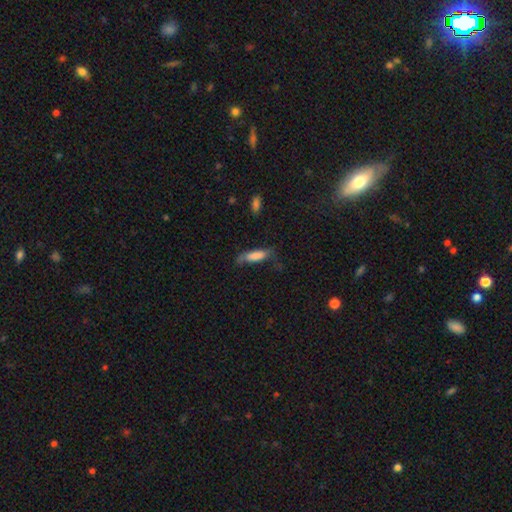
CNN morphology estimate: A smooth galaxy with no disk features (76%) that is cigar-shaped (51%).

Vote fractions:
- Smooth or featured? smooth: 76% / featured or disk: 17% / star or artifact: 7%
- How rounded? cigar-shaped: 51% / in between: 47% / round: 2%
- Merging? none: 47% / minor disturbance: 31% / major disturbance: 18% / merger: 3%